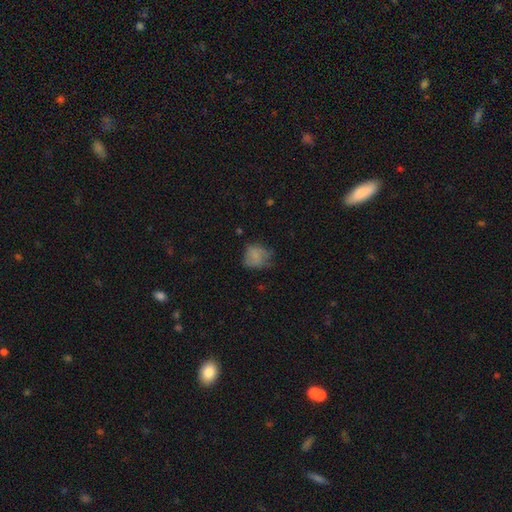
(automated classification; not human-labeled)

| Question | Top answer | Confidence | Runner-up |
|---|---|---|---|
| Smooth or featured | smooth | 71% | featured or disk (17%) |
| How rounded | round | 61% | in between (38%) |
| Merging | none | 45% | minor disturbance (33%) |